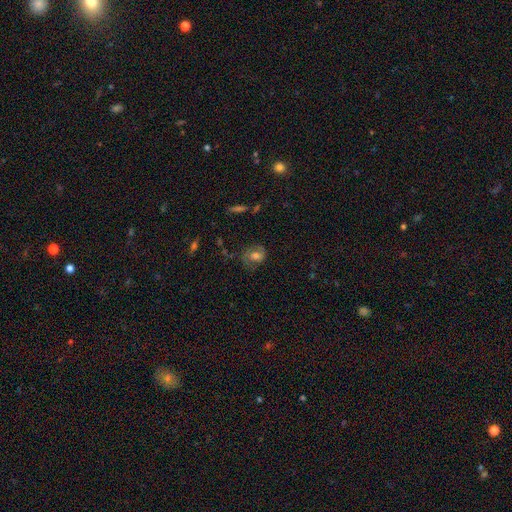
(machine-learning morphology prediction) This appears to be a smooth galaxy with no disk features (59%) that is in between round and cigar-shaped (59%). Merging: none (56%).